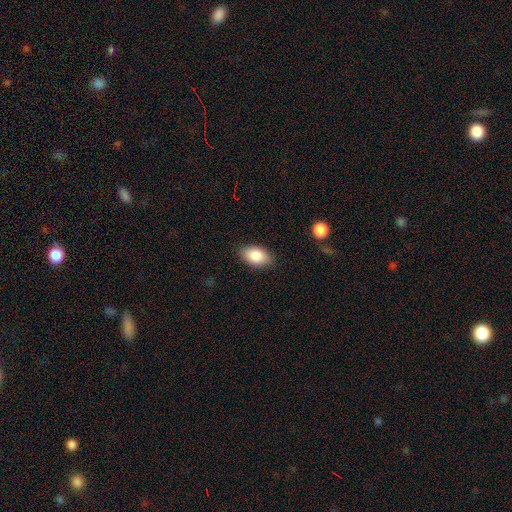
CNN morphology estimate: type=smooth (87%); roundness=in between (93%); merging=none (85%).